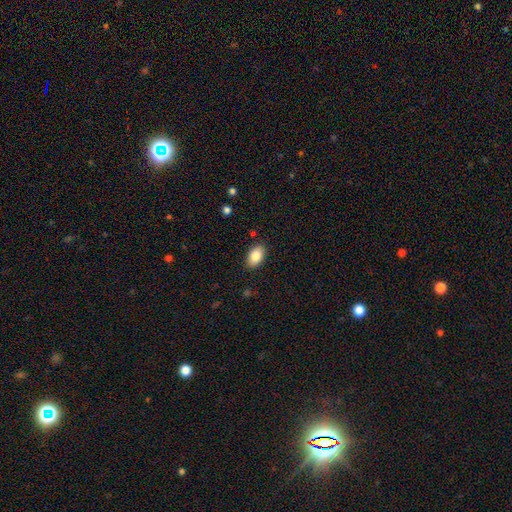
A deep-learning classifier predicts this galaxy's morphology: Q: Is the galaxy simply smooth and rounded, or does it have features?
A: smooth — 84%.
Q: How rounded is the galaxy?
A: in between — 92%.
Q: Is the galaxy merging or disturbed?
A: none — 87%.